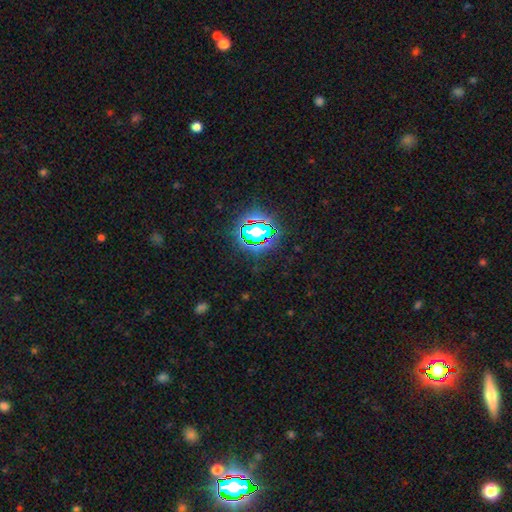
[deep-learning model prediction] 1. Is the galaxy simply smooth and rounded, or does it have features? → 77% star or artifact, 15% smooth, 8% featured or disk.